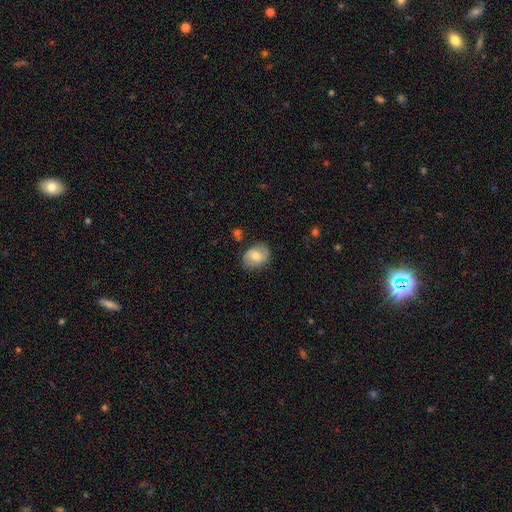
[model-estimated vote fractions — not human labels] This appears to be a smooth galaxy with no disk features (54%) that is in between round and cigar-shaped (67%). Merging: none (76%).